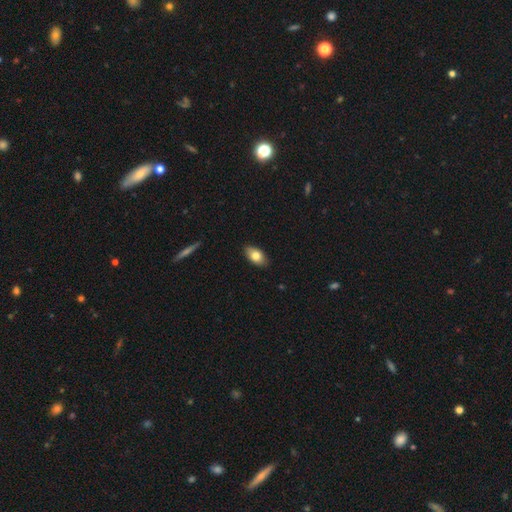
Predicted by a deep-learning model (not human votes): A smooth galaxy with no disk features (79%) that is in between round and cigar-shaped (92%). Merging: none (87%).